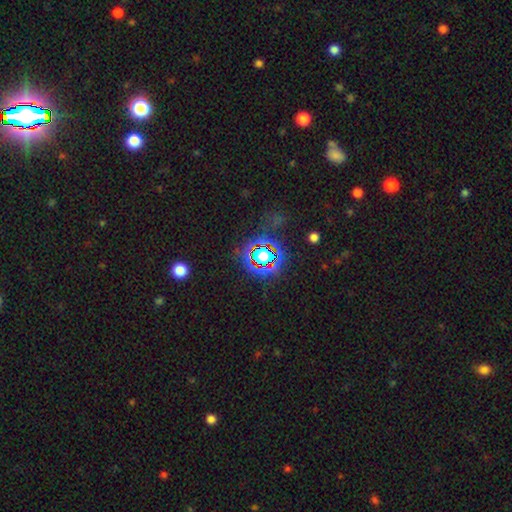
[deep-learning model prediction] This is likely a star or artifact rather than a galaxy (79%).